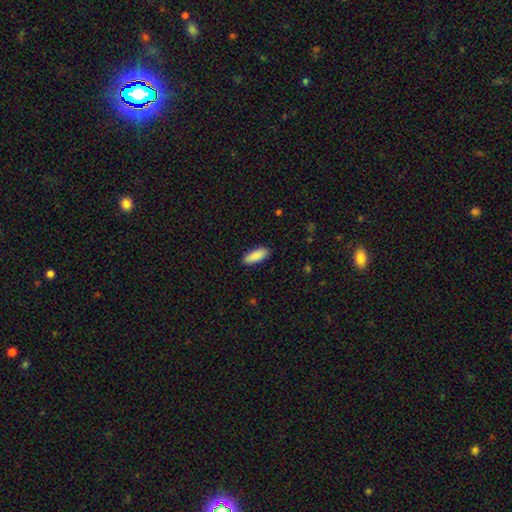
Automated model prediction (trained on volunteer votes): Smooth or featured? Predicted: smooth (p=0.89). How rounded? Predicted: in between (p=0.74). Merging? Predicted: none (p=0.89).